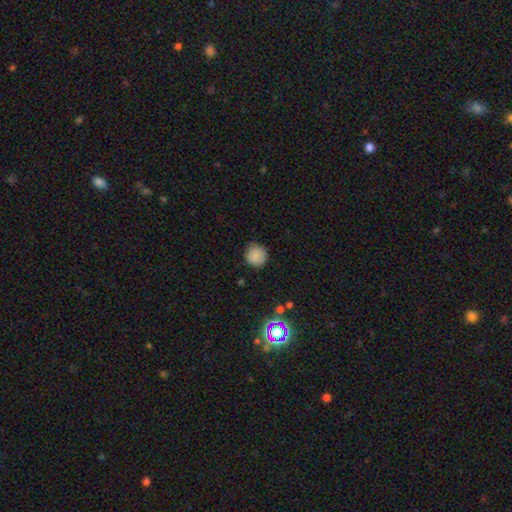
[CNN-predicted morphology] Smooth or featured? Predicted: smooth (p=0.83). How rounded? Predicted: round (p=0.92). Merging? Predicted: none (p=0.84).